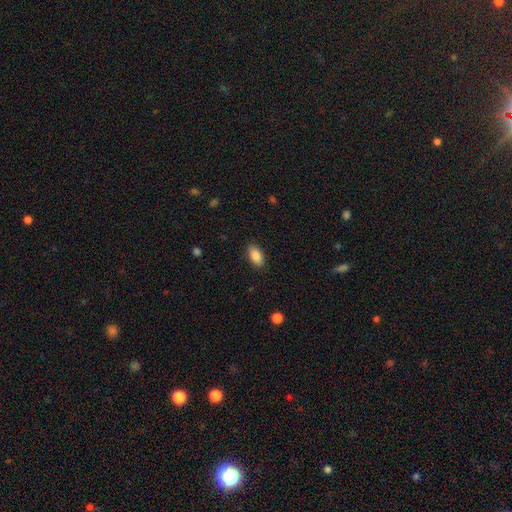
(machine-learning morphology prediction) A smooth galaxy with no disk features (88%) that is in between round and cigar-shaped (93%). Merging: none (88%).